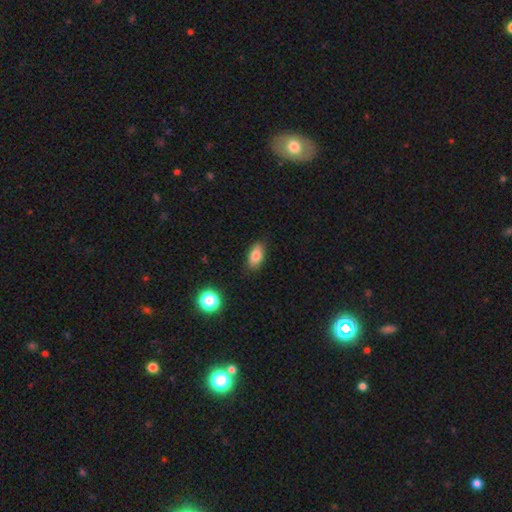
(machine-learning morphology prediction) smooth-or-featured: smooth: 82% | featured or disk: 9% | star or artifact: 9%
  how-rounded: in between: 87% | cigar-shaped: 7% | round: 6%
  merging: none: 83% | minor disturbance: 13% | major disturbance: 3% | merger: 1%